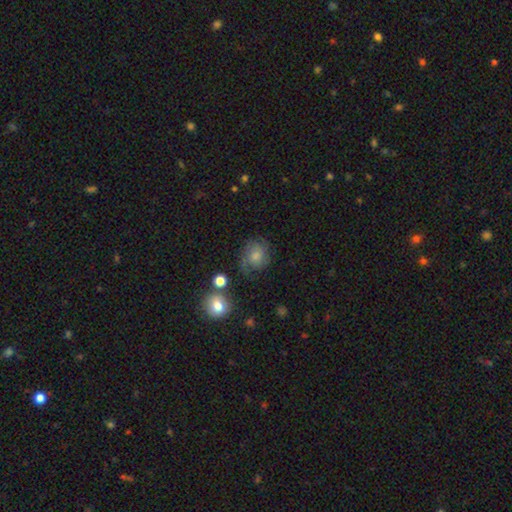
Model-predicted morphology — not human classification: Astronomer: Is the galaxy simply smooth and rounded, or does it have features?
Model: smooth — 55% (runner-up: featured or disk, 34%).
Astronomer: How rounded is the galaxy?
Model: round — 72%.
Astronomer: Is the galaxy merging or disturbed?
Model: none — 58%.